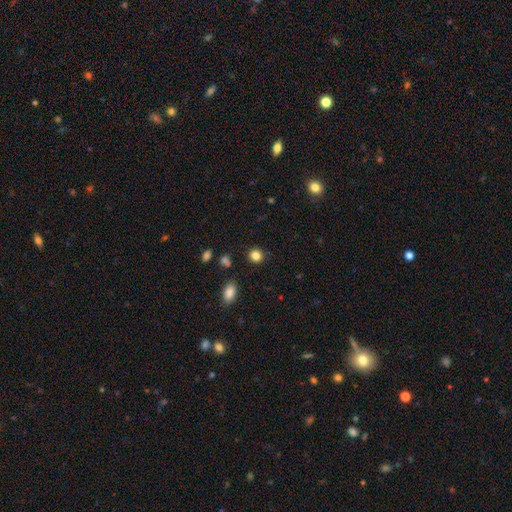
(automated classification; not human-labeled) Overall: smooth (84%). How rounded: round (84%). Merging: none (89%).